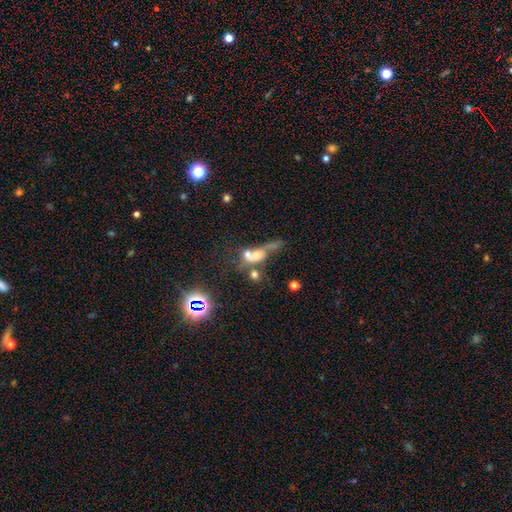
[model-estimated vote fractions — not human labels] The model was most divided on "smooth or featured": smooth: 41%, featured or disk: 35%, star or artifact: 24%. More confident: merging — merger (55%).